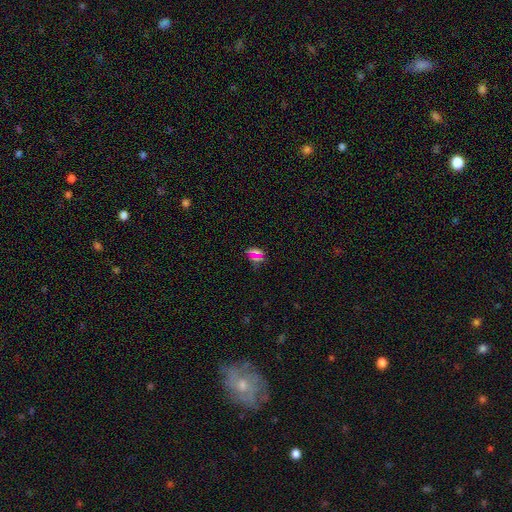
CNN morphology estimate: smooth-or-featured: smooth: 53% | star or artifact: 37% | featured or disk: 11%
  how-rounded: in between: 50% | round: 41% | cigar-shaped: 10%
  merging: none: 73% | minor disturbance: 14% | major disturbance: 7% | merger: 6%